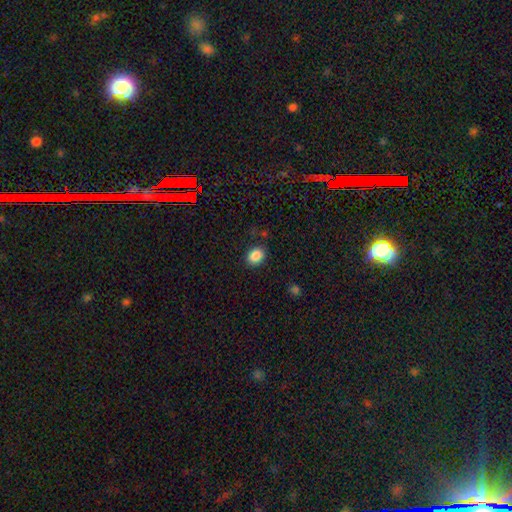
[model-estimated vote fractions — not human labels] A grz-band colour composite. It shows a smooth galaxy with no disk features (87%) that is round (51%). Merging: none (86%).